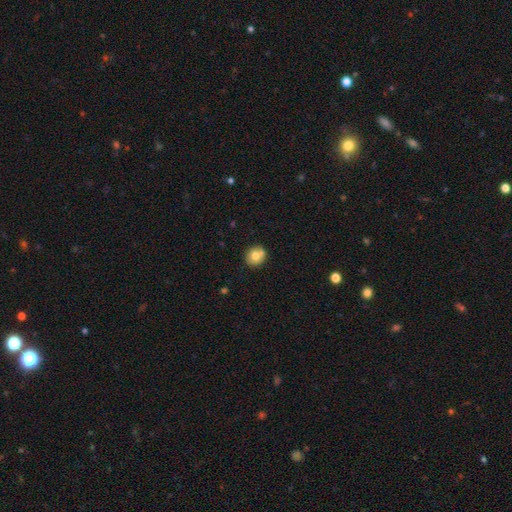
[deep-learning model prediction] smooth-or-featured: smooth: 72% | featured or disk: 18% | star or artifact: 10%
  how-rounded: round: 78% | in between: 21% | cigar-shaped: 1%
  merging: none: 68% | merger: 18% | minor disturbance: 11% | major disturbance: 3%